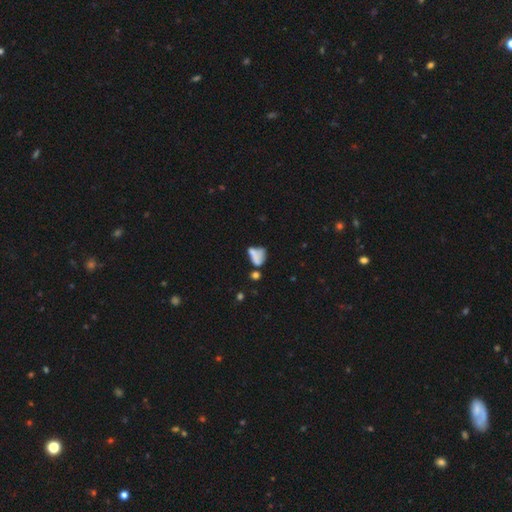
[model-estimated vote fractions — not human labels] Smooth or featured? Predicted: smooth (p=0.59). How rounded? Predicted: in between (p=0.78). Merging? Predicted: merger (p=0.39).